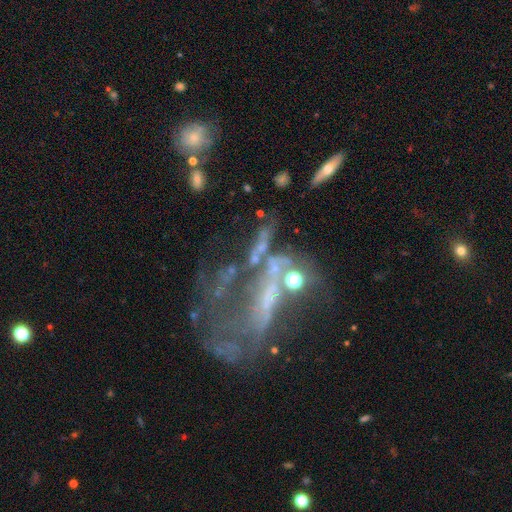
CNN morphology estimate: The model was most divided on "merging": major disturbance: 39%, none: 26%, merger: 22%, minor disturbance: 13%. More confident: edge-on disk — no (86%); smooth or featured — featured or disk (57%).